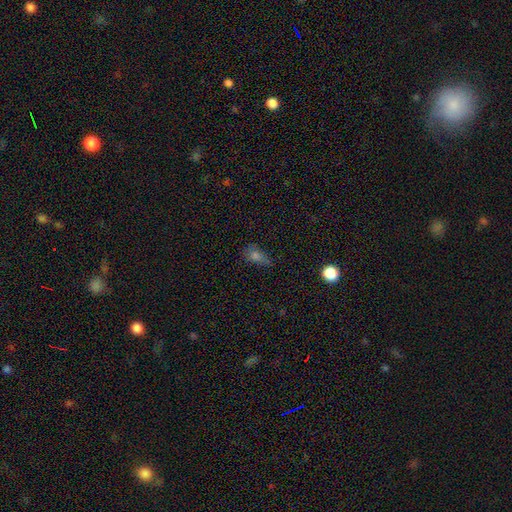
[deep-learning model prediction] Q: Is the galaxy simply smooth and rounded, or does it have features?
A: smooth — 67%.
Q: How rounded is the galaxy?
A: in between — 68%.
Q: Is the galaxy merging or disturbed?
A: none — 52%.